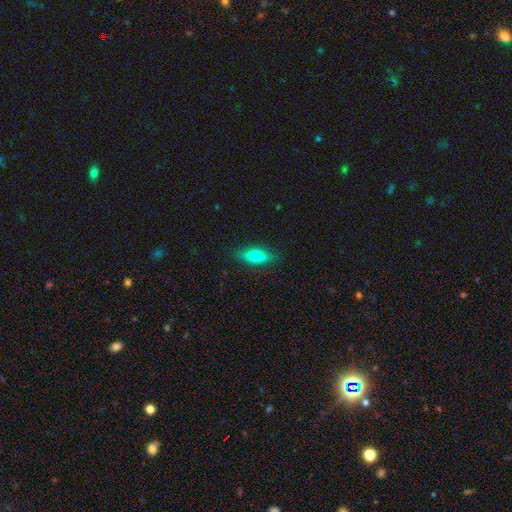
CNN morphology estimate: Smooth or featured?
  - smooth: 72% *
  - featured or disk: 21%
  - star or artifact: 7%
How rounded?
  - in between: 59% *
  - cigar-shaped: 38%
  - round: 3%
Merging?
  - none: 85% *
  - minor disturbance: 12%
  - major disturbance: 3%
  - merger: 1%